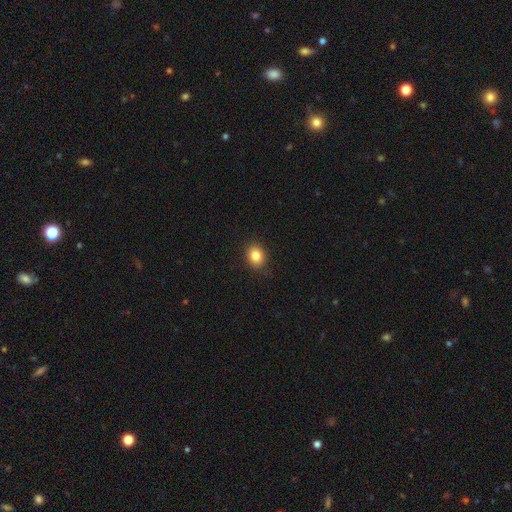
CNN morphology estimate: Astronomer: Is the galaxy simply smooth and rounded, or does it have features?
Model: smooth — 84%.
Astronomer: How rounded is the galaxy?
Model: in between — 51% (runner-up: round, 48%).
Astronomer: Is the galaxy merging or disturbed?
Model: none — 87%.